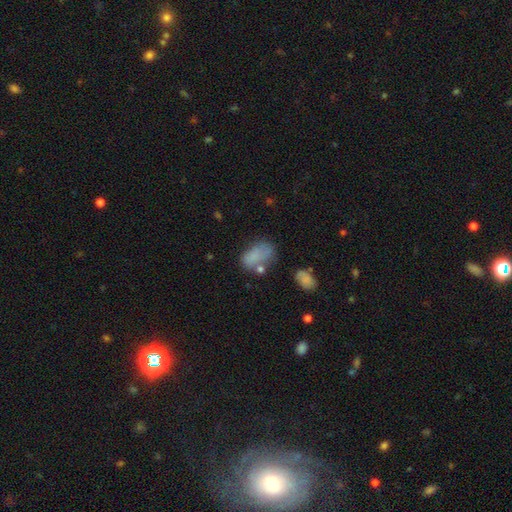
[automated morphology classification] This appears to be a smooth galaxy with no disk features (73%) that is in between round and cigar-shaped (89%). Merging: none (41%).